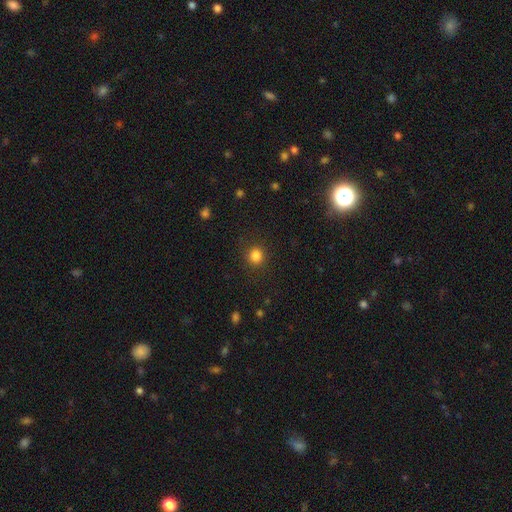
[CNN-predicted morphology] smooth-or-featured: smooth: 84% | star or artifact: 12% | featured or disk: 4%
  how-rounded: round: 88% | in between: 11% | cigar-shaped: 1%
  merging: none: 88% | minor disturbance: 8% | major disturbance: 3% | merger: 1%